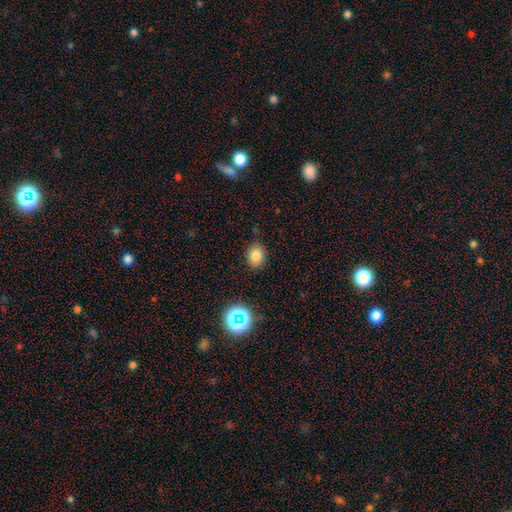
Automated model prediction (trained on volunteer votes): Overall: smooth (79%). How rounded: in between (50%; round 49%). Merging: none (85%).